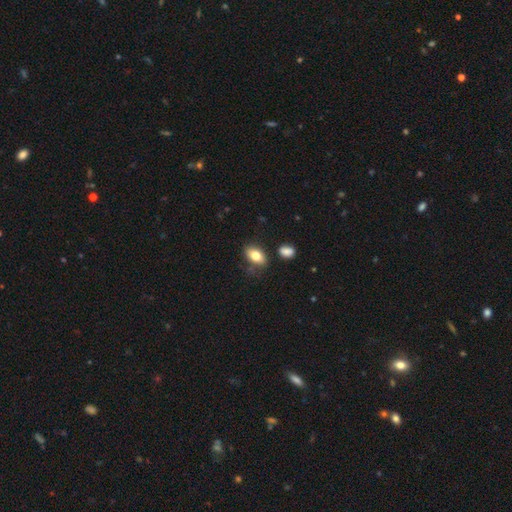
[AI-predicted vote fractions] A smooth galaxy with no disk features (80%) that is in between round and cigar-shaped (89%). Merging: none (73%).